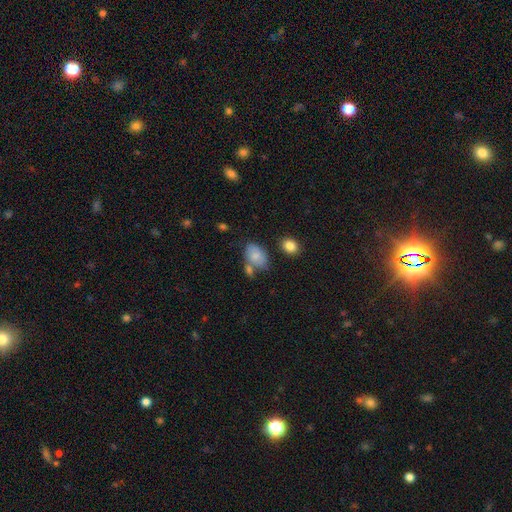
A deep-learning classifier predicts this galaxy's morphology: Overall: smooth (78%). How rounded: in between (84%). Merging: none (51%; merger 21%).